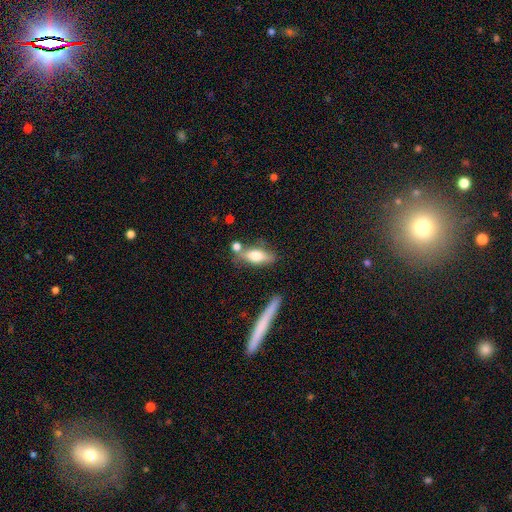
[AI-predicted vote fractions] This is likely a smooth galaxy (62%). How rounded: possibly in between (54%). Merging: likely none (61%).